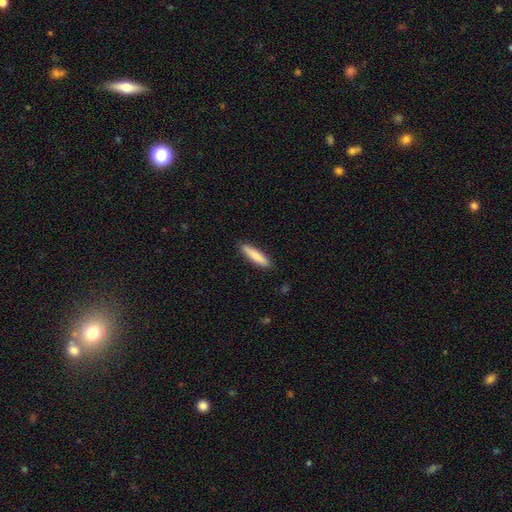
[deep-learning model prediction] Smooth or featured?
  - smooth: 84% *
  - featured or disk: 11%
  - star or artifact: 5%
How rounded?
  - cigar-shaped: 85% *
  - in between: 14%
  - round: 1%
Merging?
  - none: 90% *
  - minor disturbance: 7%
  - major disturbance: 2%
  - merger: 1%